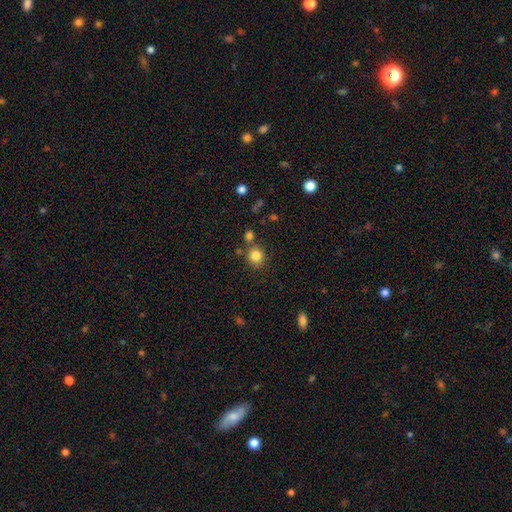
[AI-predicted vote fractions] A smooth galaxy with no disk features (84%) that is round (87%). Merging: none (74%).